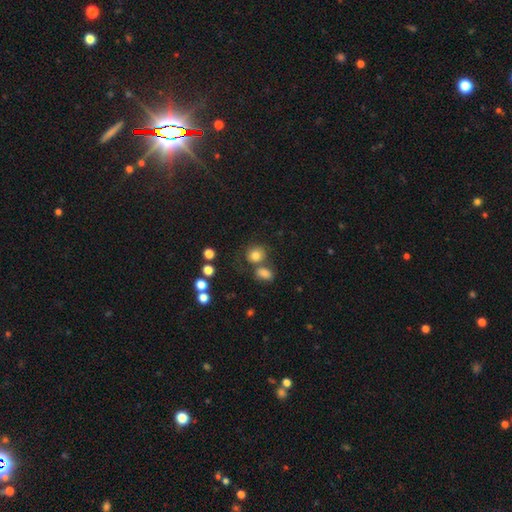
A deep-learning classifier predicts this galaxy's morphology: Smooth or featured: smooth — 79% (star or artifact — 12%)
How rounded: round — 73% (in between — 26%)
Merging: none — 56% (merger — 23%)